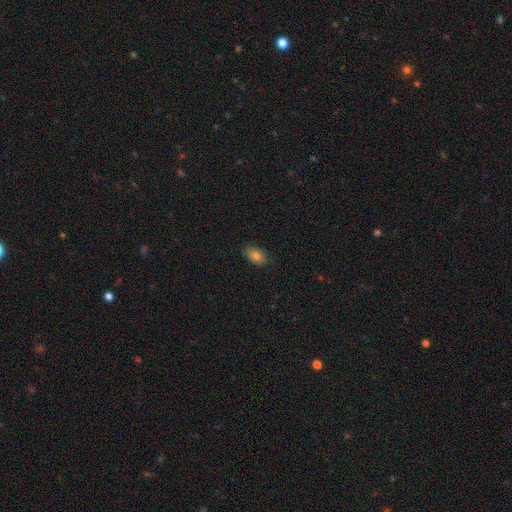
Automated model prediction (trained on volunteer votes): smooth_or_featured: smooth (p=0.83) [alt: star or artifact p=0.10]
how_rounded: in between (p=0.89) [alt: round p=0.09]
merging: none (p=0.83) [alt: minor disturbance p=0.14]